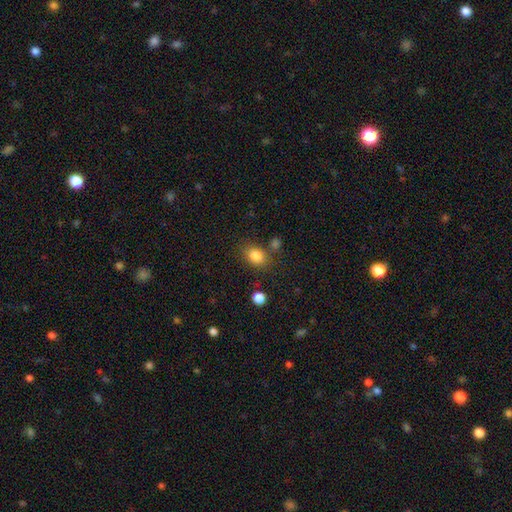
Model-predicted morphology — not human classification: Q: Smooth or featured?
A: smooth (84%); runner-up: star or artifact (10%)
Q: How rounded?
A: in between (64%); runner-up: round (35%)
Q: Merging?
A: none (74%); runner-up: minor disturbance (14%)